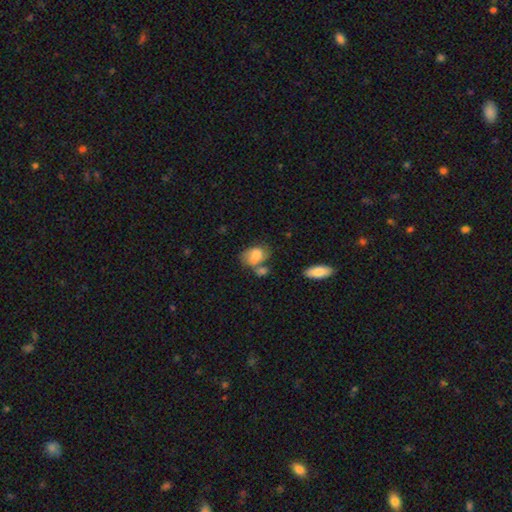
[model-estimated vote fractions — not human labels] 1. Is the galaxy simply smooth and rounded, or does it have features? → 65% smooth, 26% featured or disk, 9% star or artifact.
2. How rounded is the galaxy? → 81% in between, 17% round, 2% cigar-shaped.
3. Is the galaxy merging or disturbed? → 32% merger (tied), 32% none (tied), 21% minor disturbance, 15% major disturbance.